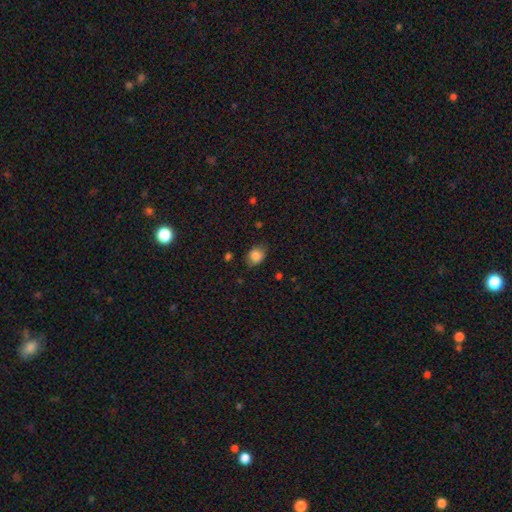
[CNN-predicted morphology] A smooth galaxy with no disk features (84%) that is in between round and cigar-shaped (54%). Merging: none (72%).